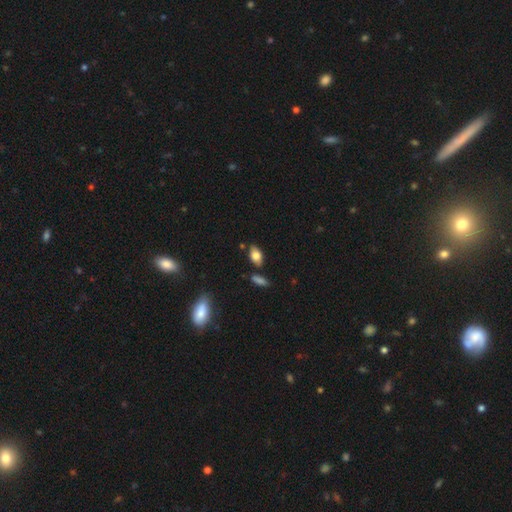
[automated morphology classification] Overall: smooth (76%). How rounded: in between (88%). Merging: none (77%).